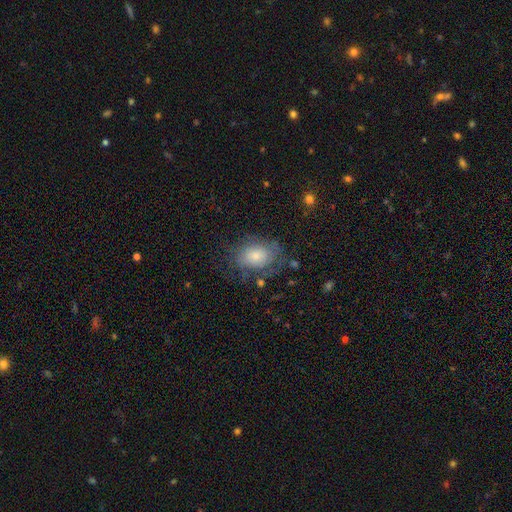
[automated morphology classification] A smooth galaxy with no disk features (59%) that is in between round and cigar-shaped (74%). Merging: none (63%).